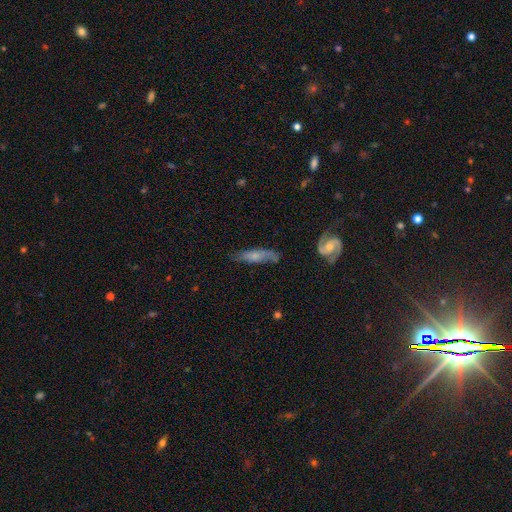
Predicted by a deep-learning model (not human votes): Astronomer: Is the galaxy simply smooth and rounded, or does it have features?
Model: featured or disk — 47% (runner-up: smooth, 46%).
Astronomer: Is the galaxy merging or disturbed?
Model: none — 62%.